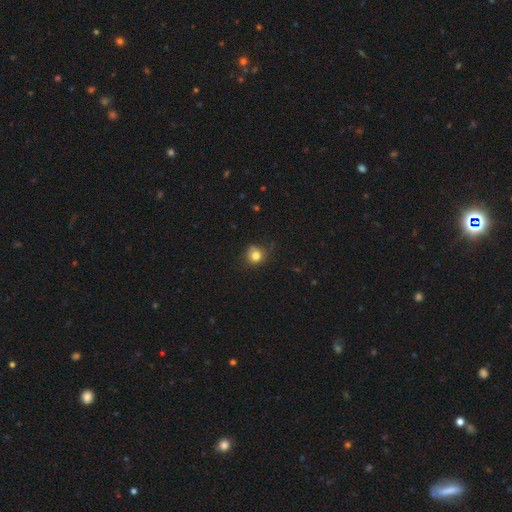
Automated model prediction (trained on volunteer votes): Smooth or featured? Predicted: smooth (p=0.79). How rounded? Predicted: round (p=0.86). Merging? Predicted: none (p=0.69).